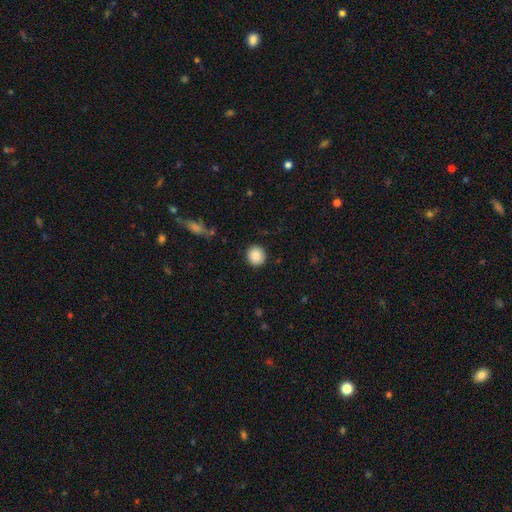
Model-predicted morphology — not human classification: This is clearly a smooth galaxy (88%). How rounded: clearly round (91%). Merging: clearly none (91%).